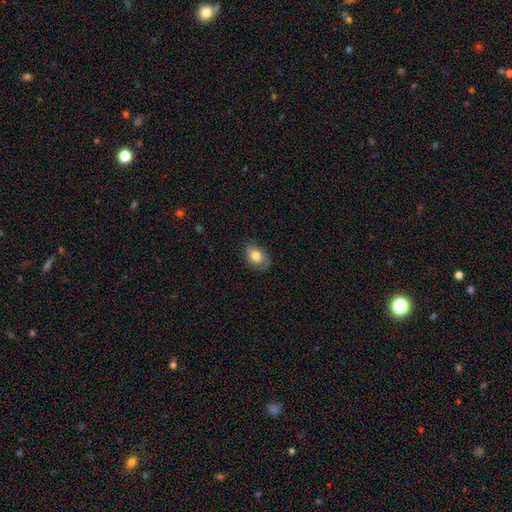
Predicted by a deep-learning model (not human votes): Morphology: type=smooth (74%); roundness=in between (78%); merging=none (71%).